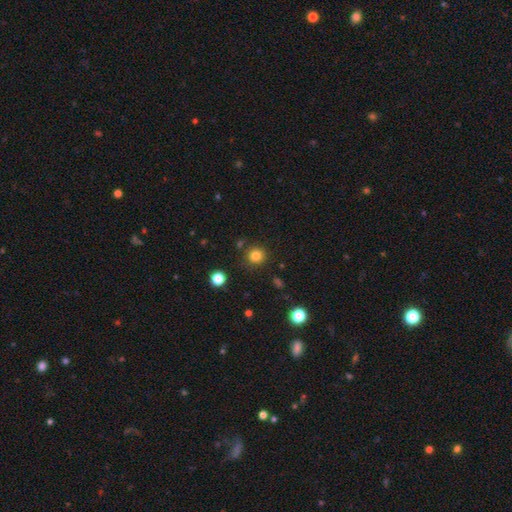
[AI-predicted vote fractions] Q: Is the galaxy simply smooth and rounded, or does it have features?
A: smooth — 82%.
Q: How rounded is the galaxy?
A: round — 93%.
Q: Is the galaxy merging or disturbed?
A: none — 85%.